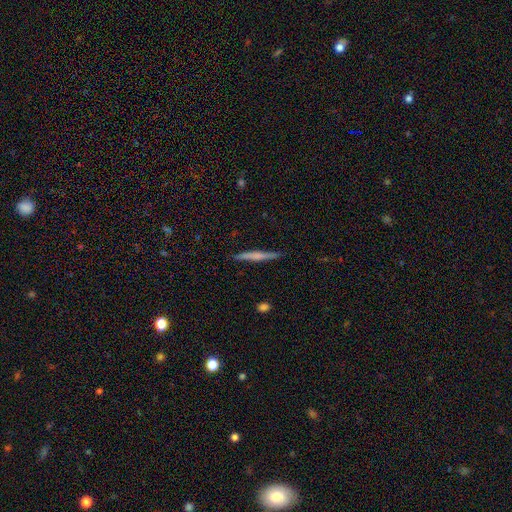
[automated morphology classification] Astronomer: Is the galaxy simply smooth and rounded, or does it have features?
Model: smooth — 47%, tied with featured or disk at 47%.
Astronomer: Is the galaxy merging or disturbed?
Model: none — 89%.